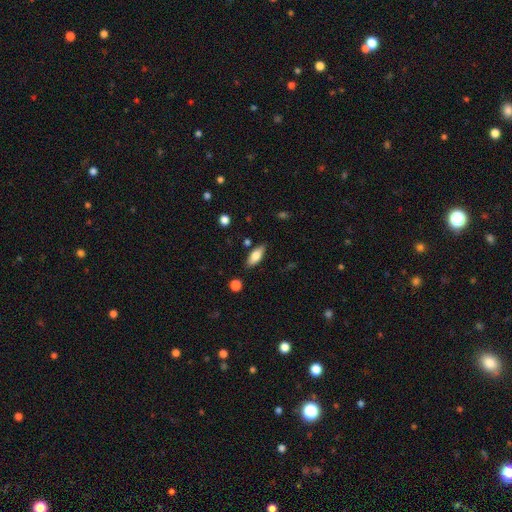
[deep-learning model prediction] Smooth or featured? smooth (78%)
How rounded? in between (80%)
Merging? none (82%)